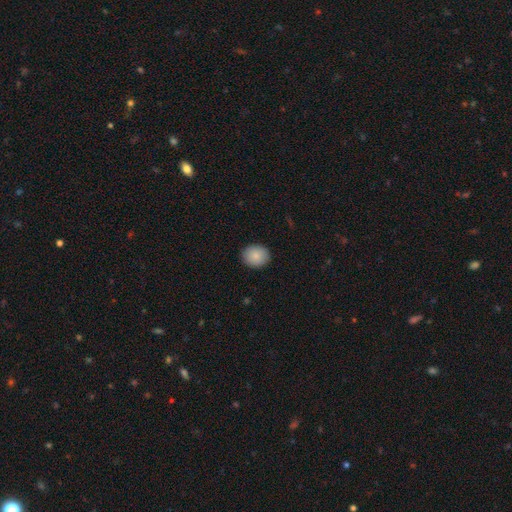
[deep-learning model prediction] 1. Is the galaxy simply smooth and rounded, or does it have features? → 88% smooth, 7% star or artifact, 5% featured or disk.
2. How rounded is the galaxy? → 62% round, 37% in between, 1% cigar-shaped.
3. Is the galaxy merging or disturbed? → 90% none, 7% minor disturbance, 2% major disturbance, 1% merger.